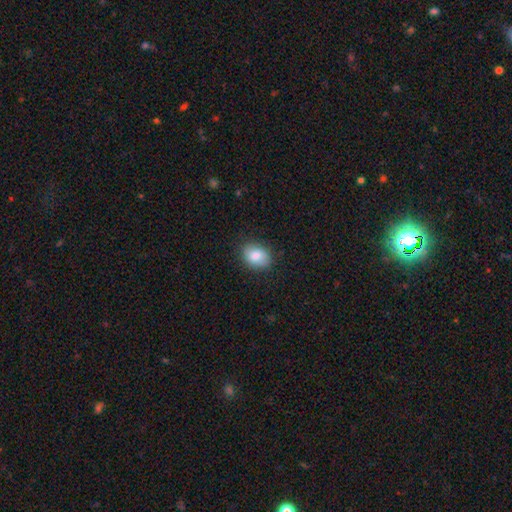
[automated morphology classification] A smooth galaxy with no disk features (84%) that is in between round and cigar-shaped (66%).

Vote fractions:
- Smooth or featured? smooth: 84% / featured or disk: 9% / star or artifact: 8%
- How rounded? in between: 66% / round: 33% / cigar-shaped: 1%
- Merging? none: 85% / minor disturbance: 12% / major disturbance: 3% / merger: 1%